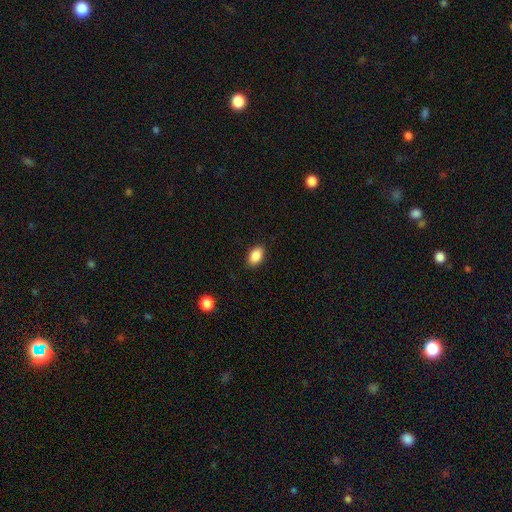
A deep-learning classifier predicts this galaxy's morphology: smooth 88%, star or artifact 8%, featured or disk 5%. Down the decision tree: how rounded — in between (90%); merging — none (88%).